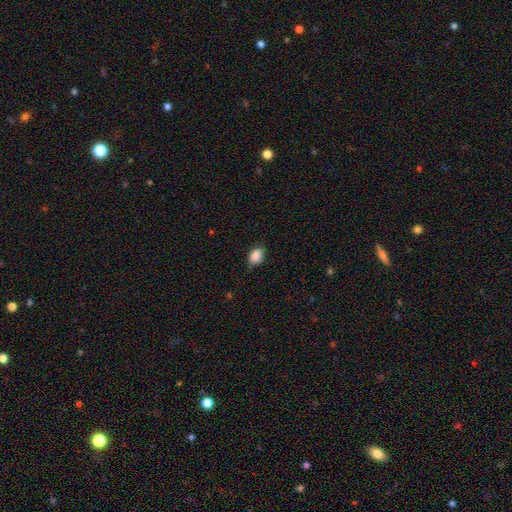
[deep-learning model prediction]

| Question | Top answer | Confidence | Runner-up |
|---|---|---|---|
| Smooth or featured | smooth | 86% | star or artifact (9%) |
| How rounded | in between | 74% | round (24%) |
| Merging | none | 67% | minor disturbance (26%) |